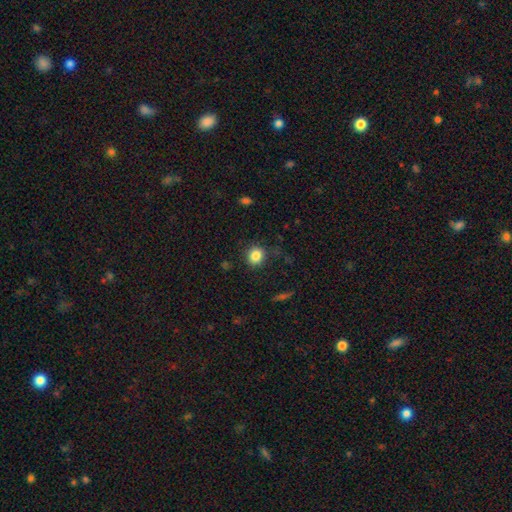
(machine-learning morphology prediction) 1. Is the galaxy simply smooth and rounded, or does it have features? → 84% smooth, 10% star or artifact, 5% featured or disk.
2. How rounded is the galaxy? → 81% round, 18% in between, 1% cigar-shaped.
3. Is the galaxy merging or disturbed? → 85% none, 10% minor disturbance, 3% major disturbance, 1% merger.